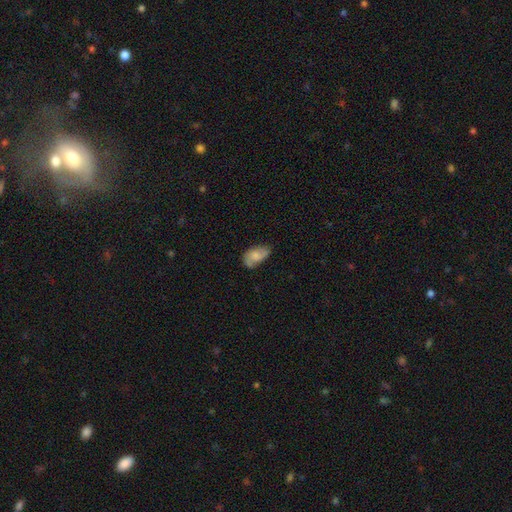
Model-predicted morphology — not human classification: Smooth or featured? smooth (54%)
How rounded? in between (92%)
Merging? none (54%)